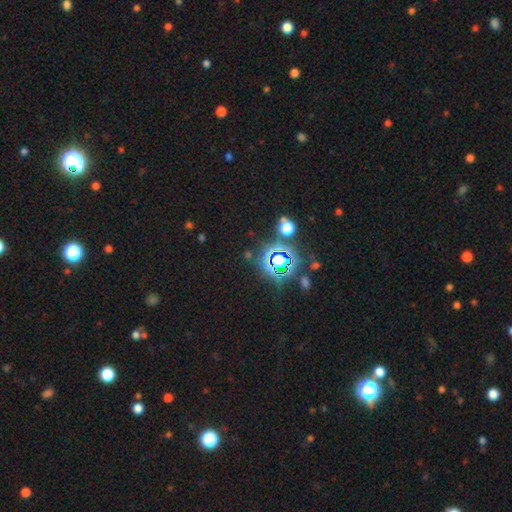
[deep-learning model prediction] Smooth or featured?
  - star or artifact: 82% *
  - smooth: 12%
  - featured or disk: 6%